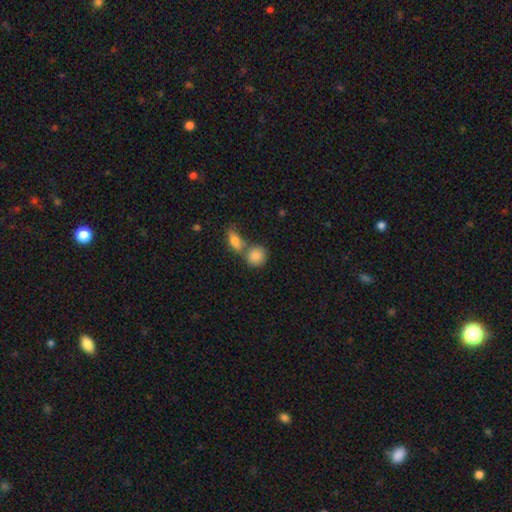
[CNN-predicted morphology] smooth 85%, featured or disk 7%, star or artifact 7%. Down the decision tree: how rounded — round (72%); merging — none (48%).